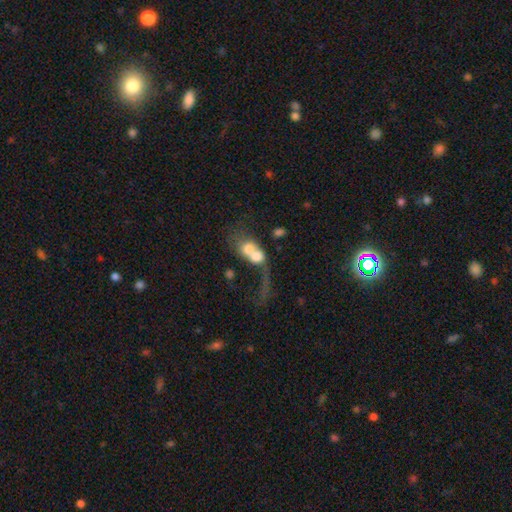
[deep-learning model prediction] Q: Smooth or featured?
A: smooth (58%); runner-up: featured or disk (32%)
Q: How rounded?
A: round (53%); runner-up: in between (44%)
Q: Merging?
A: merger (73%); runner-up: major disturbance (14%)